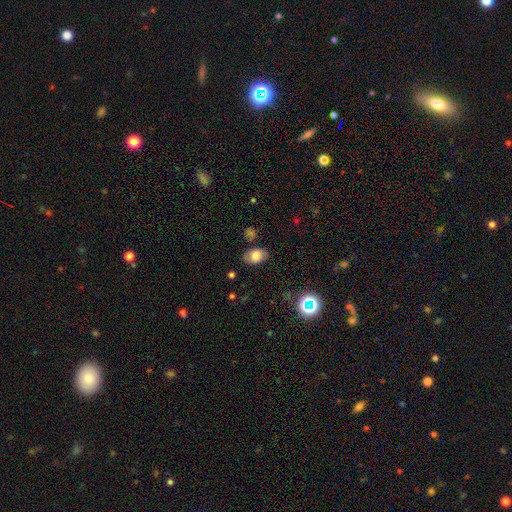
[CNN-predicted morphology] Smooth or featured? smooth (75%)
How rounded? in between (86%)
Merging? none (79%)